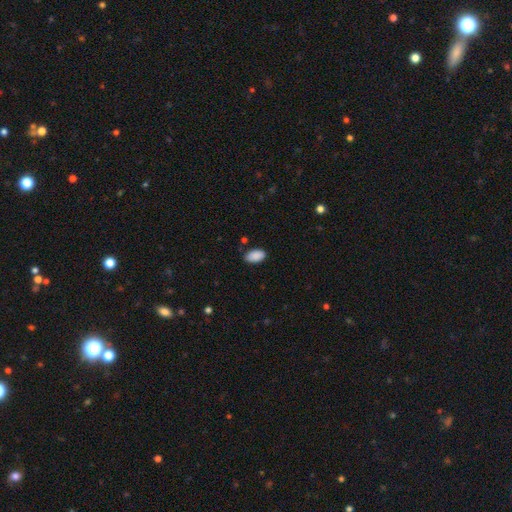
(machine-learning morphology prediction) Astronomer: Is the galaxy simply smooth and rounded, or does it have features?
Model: smooth — 90%.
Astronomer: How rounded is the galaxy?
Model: in between — 95%.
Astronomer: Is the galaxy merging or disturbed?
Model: none — 84%.